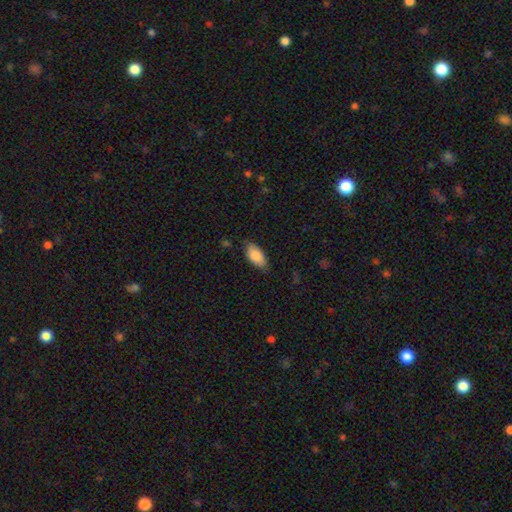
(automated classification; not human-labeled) This is clearly a smooth galaxy (87%). How rounded: clearly in between (94%). Merging: likely none (77%).